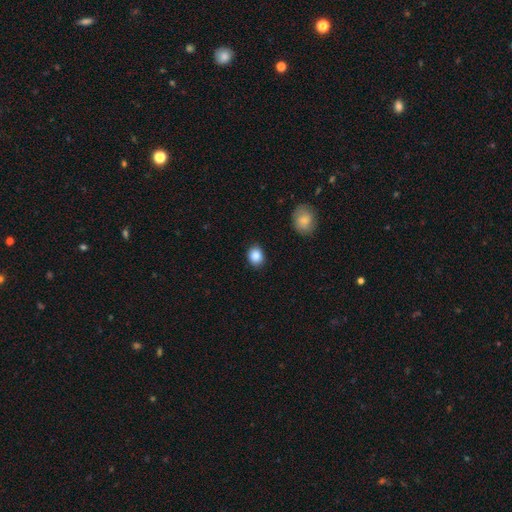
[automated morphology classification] Smooth or featured: smooth — 88% (star or artifact — 8%)
How rounded: round — 54% (in between — 45%)
Merging: none — 86% (minor disturbance — 10%)